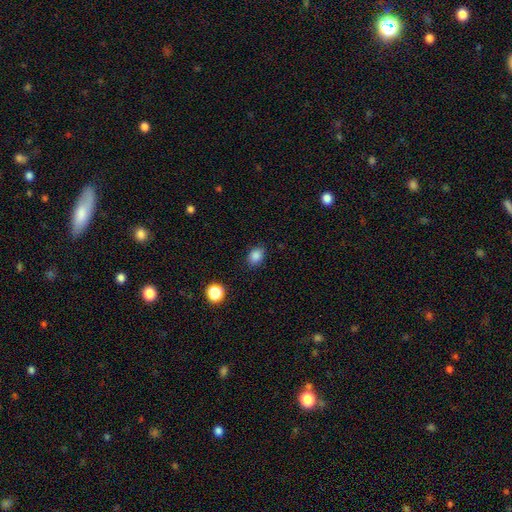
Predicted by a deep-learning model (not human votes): This is clearly a smooth galaxy (85%). How rounded: likely in between (62%). Merging: clearly none (84%).